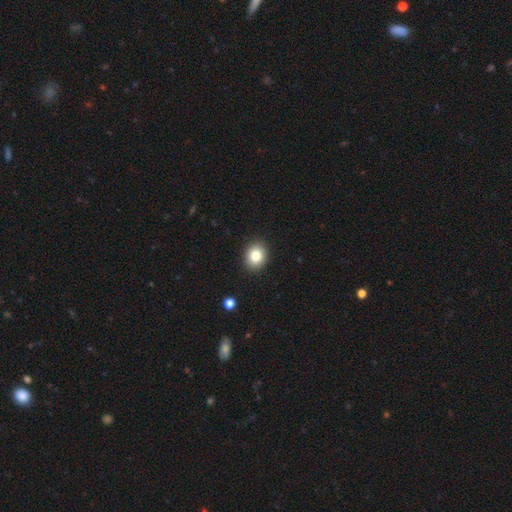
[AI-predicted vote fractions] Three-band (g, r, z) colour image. It shows a smooth galaxy with no disk features (82%) that is round (65%). Merging: none (91%).